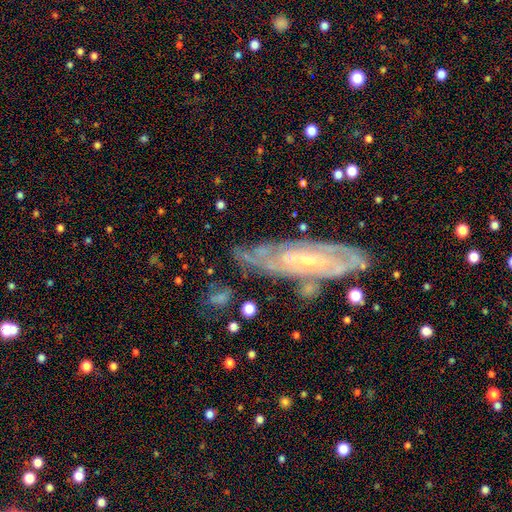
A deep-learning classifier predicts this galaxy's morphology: Q: Smooth or featured?
A: featured or disk (83%); runner-up: smooth (10%)
Q: Edge-on disk?
A: no (81%); runner-up: yes (19%)
Q: Bar?
A: no (45%); runner-up: weak (36%)
Q: Spiral arms?
A: yes (91%); runner-up: no (9%)
Q: Spiral winding?
A: tight (66%); runner-up: medium (27%)
Q: Spiral arm count?
A: can't tell (47%); runner-up: 2 (24%)
Q: Bulge size?
A: small (75%); runner-up: moderate (20%)
Q: Merging?
A: none (69%); runner-up: minor disturbance (19%)